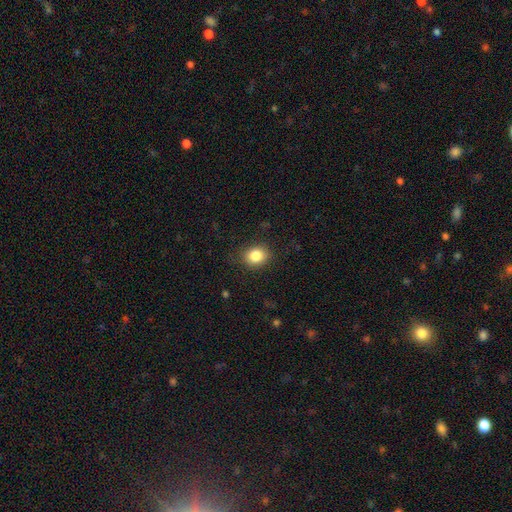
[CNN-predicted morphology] Smooth or featured? Predicted: smooth (p=0.84). How rounded? Predicted: round (p=0.61). Merging? Predicted: none (p=0.84).